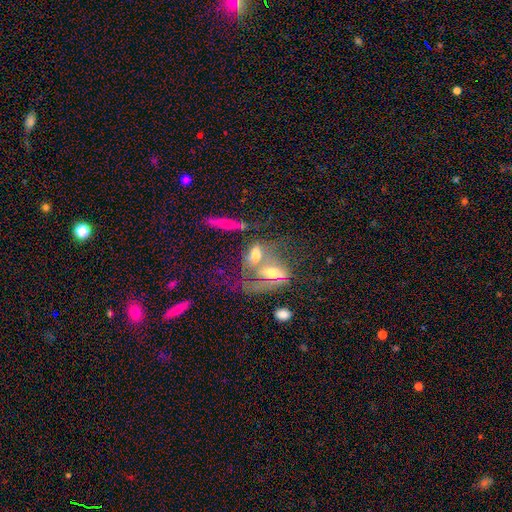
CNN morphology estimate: A smooth galaxy with no disk features (44%). Merging: merger (63%).